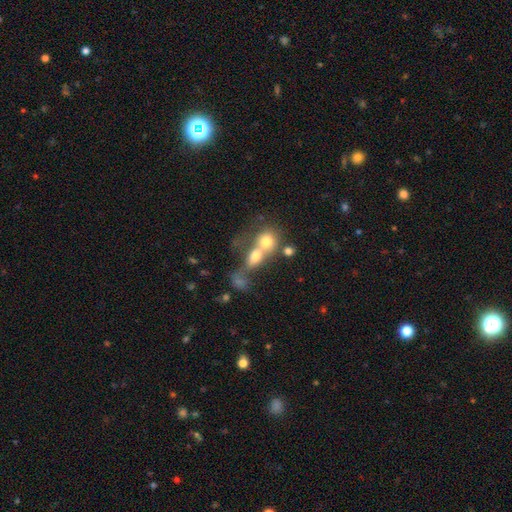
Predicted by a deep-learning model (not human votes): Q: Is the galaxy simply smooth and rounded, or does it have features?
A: smooth — 67%.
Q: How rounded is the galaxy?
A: round — 49%.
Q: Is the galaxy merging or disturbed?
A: merger — 68%.